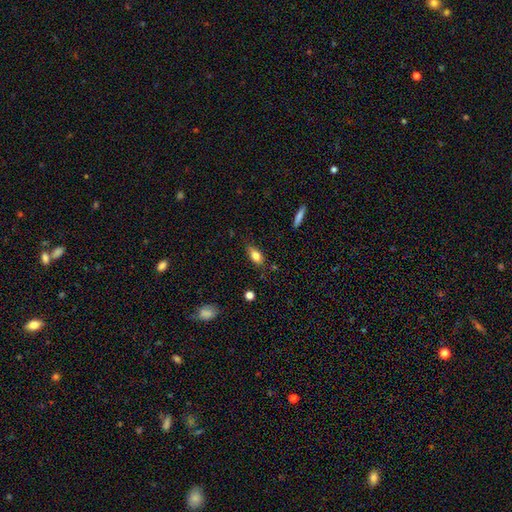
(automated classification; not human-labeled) Smooth or featured: smooth — 78% (featured or disk — 14%)
How rounded: in between — 81% (cigar-shaped — 14%)
Merging: none — 74% (minor disturbance — 20%)